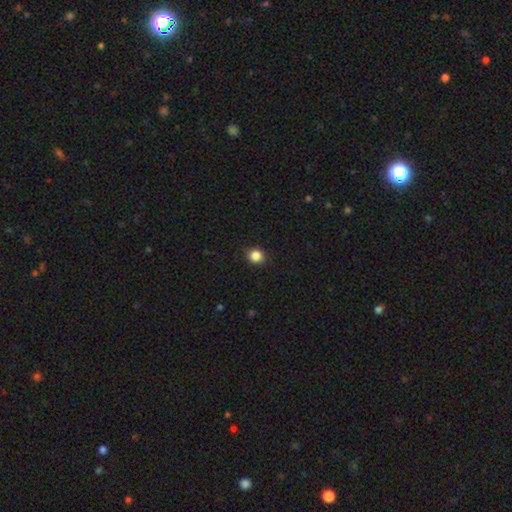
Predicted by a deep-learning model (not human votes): Smooth or featured? smooth (85%)
How rounded? round (84%)
Merging? none (90%)